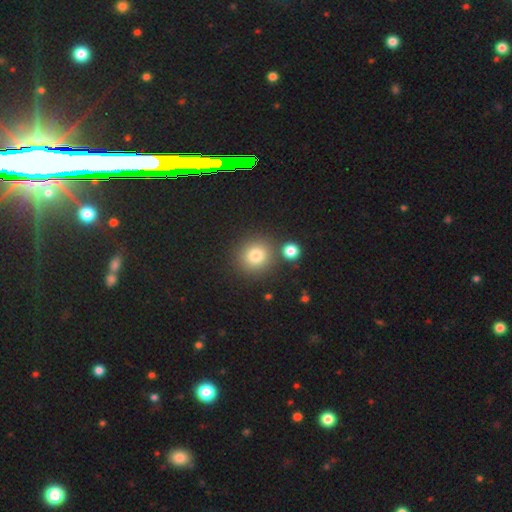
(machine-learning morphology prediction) smooth-or-featured: smooth: 80% | star or artifact: 13% | featured or disk: 8%
  how-rounded: round: 90% | in between: 9% | cigar-shaped: 1%
  merging: none: 80% | merger: 10% | minor disturbance: 7% | major disturbance: 3%